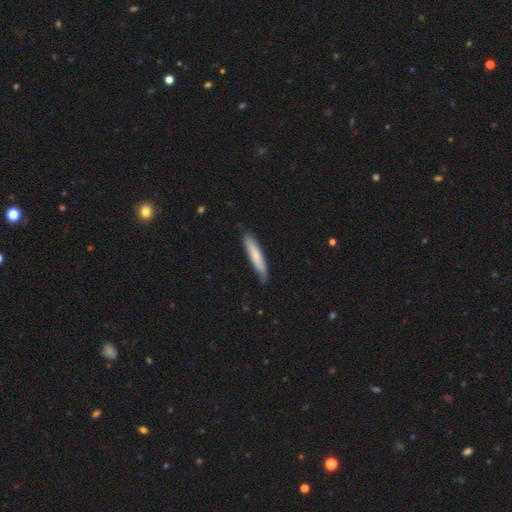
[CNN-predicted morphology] Overall: smooth (75%). How rounded: cigar-shaped (88%). Merging: none (79%).